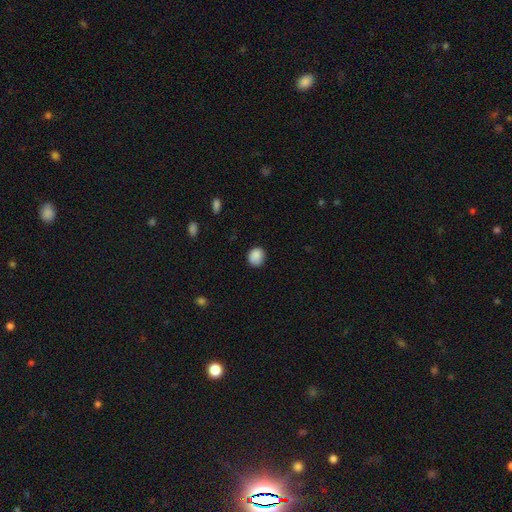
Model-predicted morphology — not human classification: smooth 88%, star or artifact 8%, featured or disk 4%. Down the decision tree: how rounded — round (78%); merging — none (83%).